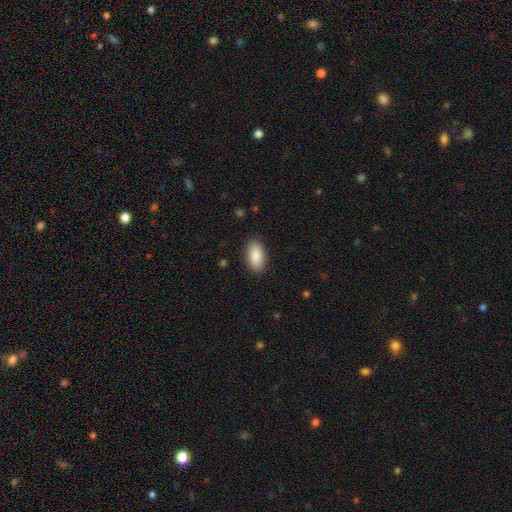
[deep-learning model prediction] A smooth galaxy with no disk features (89%) that is in between round and cigar-shaped (92%).

Vote fractions:
- Smooth or featured? smooth: 89% / star or artifact: 6% / featured or disk: 5%
- How rounded? in between: 92% / cigar-shaped: 6% / round: 2%
- Merging? none: 88% / minor disturbance: 9% / major disturbance: 2% / merger: 1%